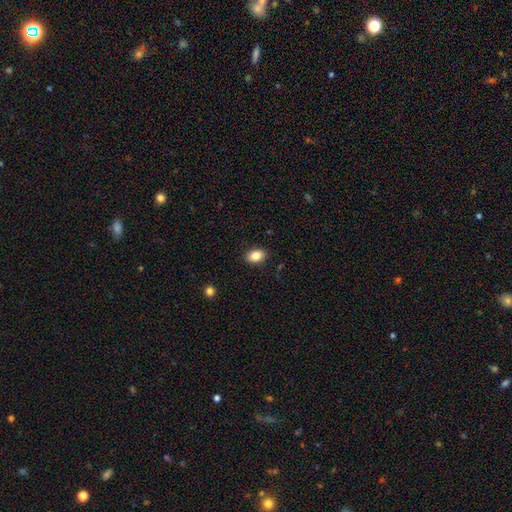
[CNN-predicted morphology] Smooth or featured? Predicted: smooth (p=0.85). How rounded? Predicted: in between (p=0.76). Merging? Predicted: none (p=0.89).